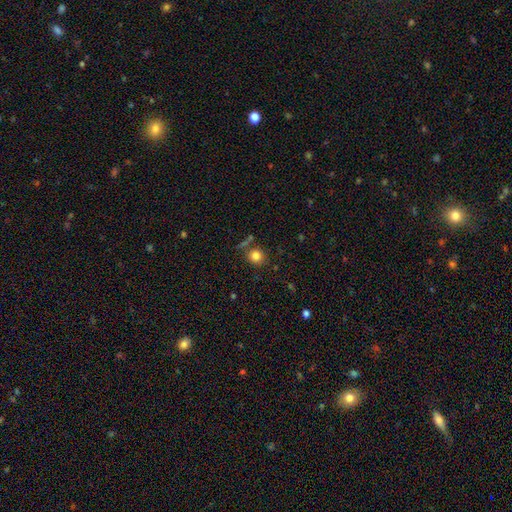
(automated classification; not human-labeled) smooth_or_featured: smooth (p=0.81) [alt: star or artifact p=0.12]
how_rounded: round (p=0.89) [alt: in between p=0.10]
merging: none (p=0.76) [alt: minor disturbance p=0.11]